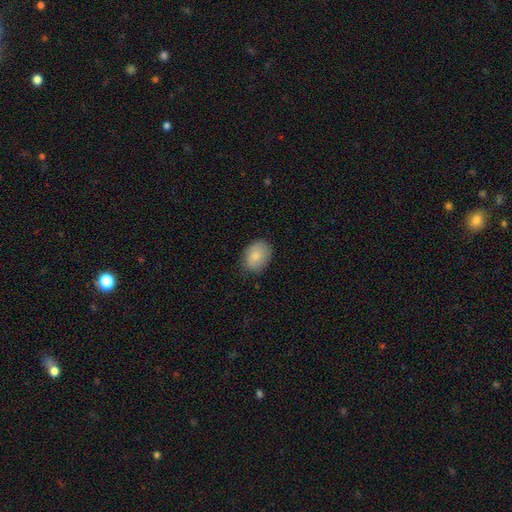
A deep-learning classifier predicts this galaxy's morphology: type=smooth (83%); roundness=in between (69%); merging=none (80%).